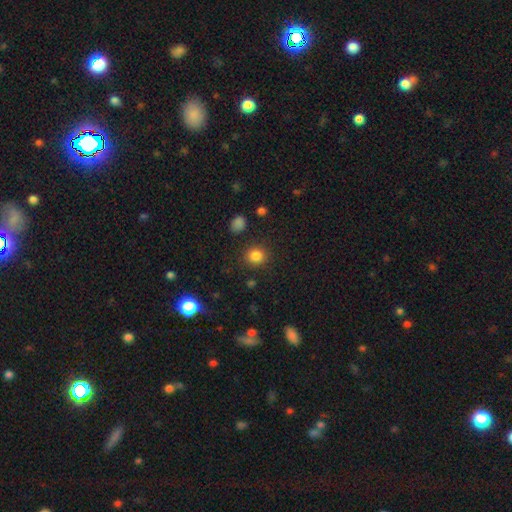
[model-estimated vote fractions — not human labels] This appears to be a smooth galaxy with no disk features (83%) that is round (87%). Merging: none (88%).